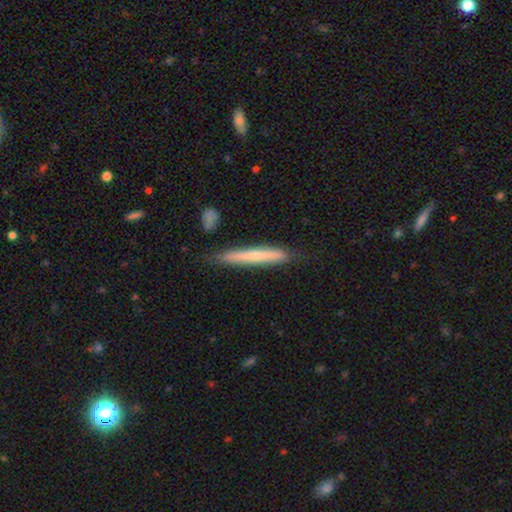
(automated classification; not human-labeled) This appears to be a smooth galaxy with no disk features (59%) that is cigar-shaped (96%). Merging: none (80%).